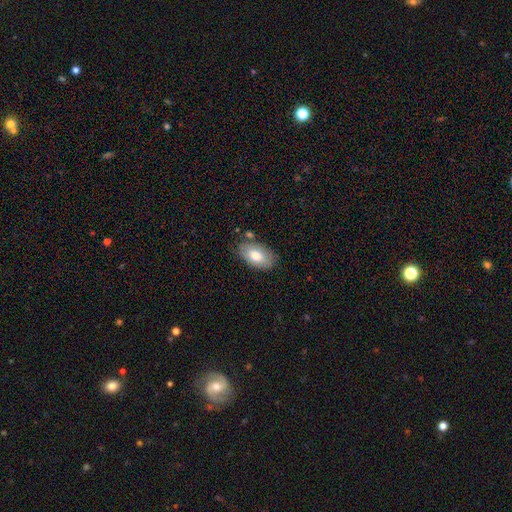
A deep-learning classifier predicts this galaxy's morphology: Smooth or featured: smooth — 75% (featured or disk — 19%)
How rounded: in between — 93% (round — 5%)
Merging: none — 76% (minor disturbance — 15%)